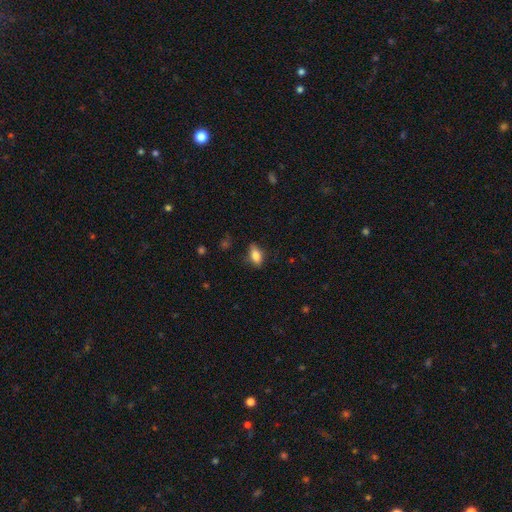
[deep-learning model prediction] smooth_or_featured: smooth (p=0.77) [alt: featured or disk p=0.15]
how_rounded: in between (p=0.84) [alt: cigar-shaped p=0.09]
merging: none (p=0.78) [alt: minor disturbance p=0.18]